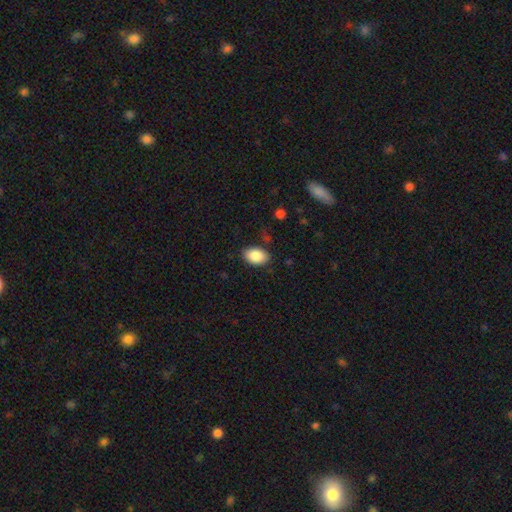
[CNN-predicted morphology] A smooth galaxy with no disk features (88%) that is in between round and cigar-shaped (89%).

Vote fractions:
- Smooth or featured? smooth: 88% / star or artifact: 7% / featured or disk: 5%
- How rounded? in between: 89% / round: 10% / cigar-shaped: 1%
- Merging? none: 84% / minor disturbance: 12% / major disturbance: 3% / merger: 2%